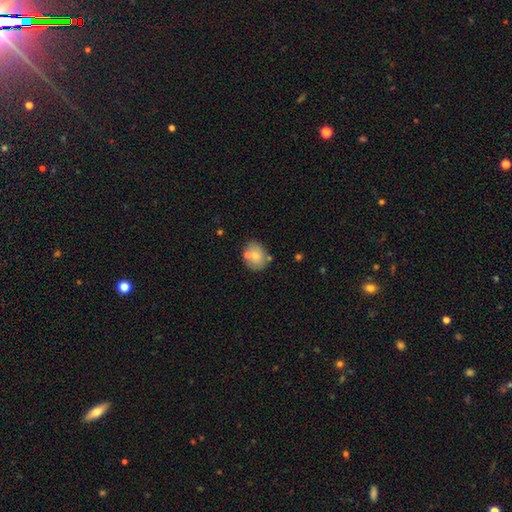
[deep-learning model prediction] Smooth or featured?
  - smooth: 76% *
  - featured or disk: 16%
  - star or artifact: 8%
How rounded?
  - in between: 52% *
  - round: 47%
  - cigar-shaped: 1%
Merging?
  - none: 67% *
  - minor disturbance: 15%
  - merger: 14%
  - major disturbance: 4%